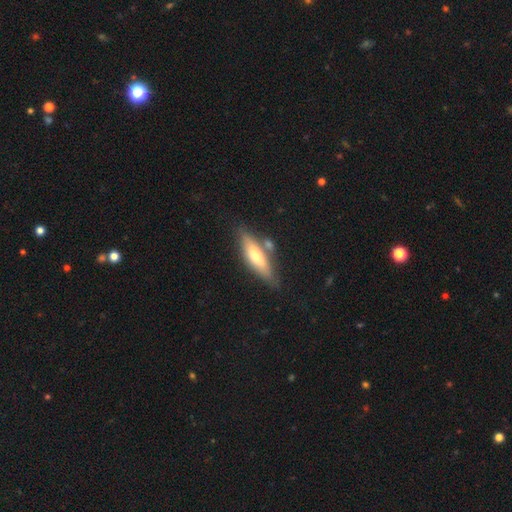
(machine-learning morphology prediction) A smooth galaxy with no disk features (51%) that is cigar-shaped (67%). Merging: none (72%).